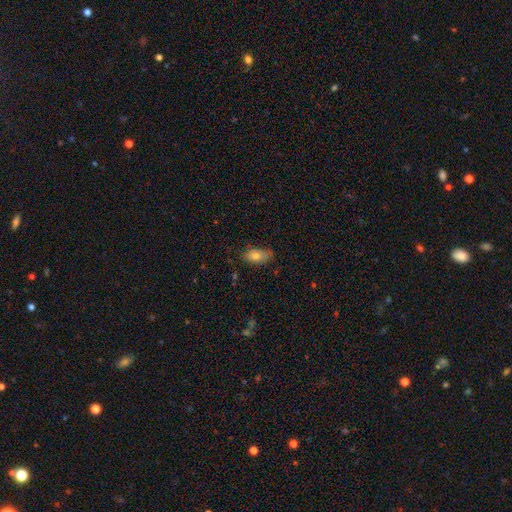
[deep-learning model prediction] smooth-or-featured: smooth: 74% | featured or disk: 17% | star or artifact: 9%
  how-rounded: in between: 88% | round: 6% | cigar-shaped: 6%
  merging: none: 71% | minor disturbance: 23% | major disturbance: 4% | merger: 1%